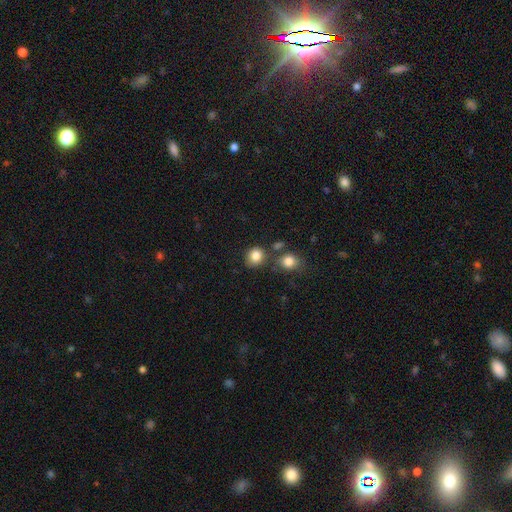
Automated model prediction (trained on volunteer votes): smooth 84%, star or artifact 10%, featured or disk 6%. Down the decision tree: how rounded — round (75%); merging — none (70%).